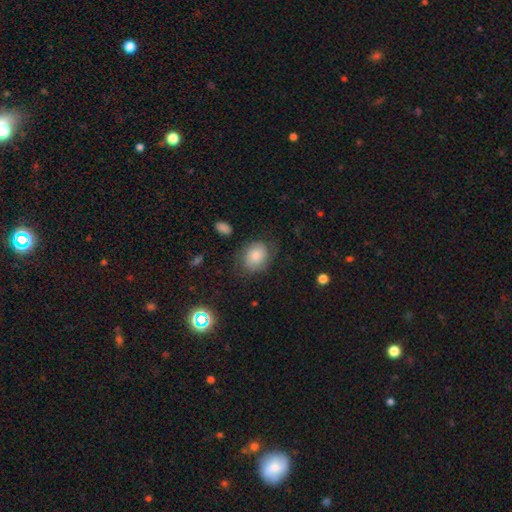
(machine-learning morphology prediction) Q: Smooth or featured?
A: smooth (70%); runner-up: featured or disk (21%)
Q: How rounded?
A: round (51%); runner-up: in between (48%)
Q: Merging?
A: none (68%); runner-up: minor disturbance (20%)